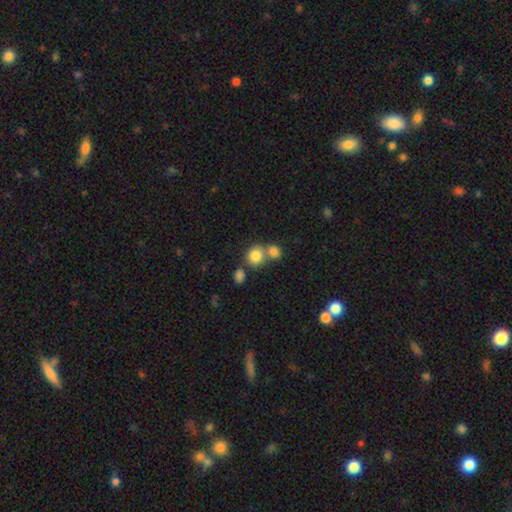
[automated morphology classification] This is clearly a smooth galaxy (82%). How rounded: likely round (77%). Merging: marginally merger (45%).